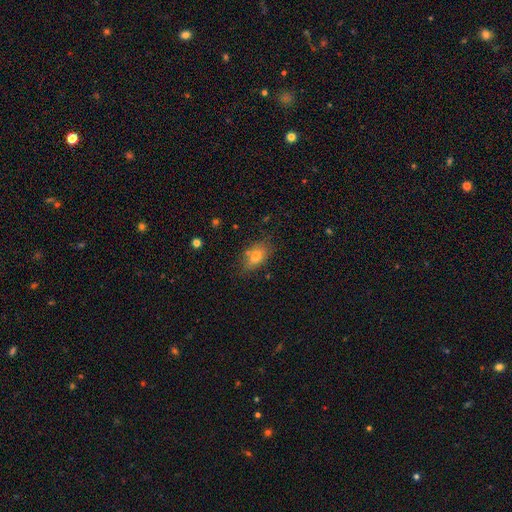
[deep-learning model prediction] This is likely a smooth galaxy (76%). How rounded: clearly in between (83%). Merging: likely none (71%).